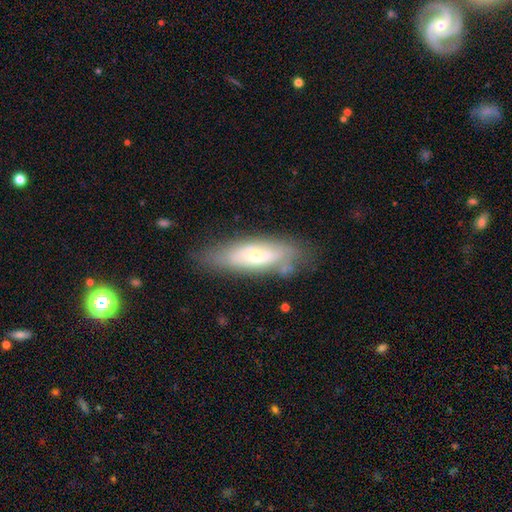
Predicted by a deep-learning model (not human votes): Q: Smooth or featured?
A: featured or disk (47%); runner-up: smooth (45%)
Q: Merging?
A: none (69%); runner-up: minor disturbance (20%)